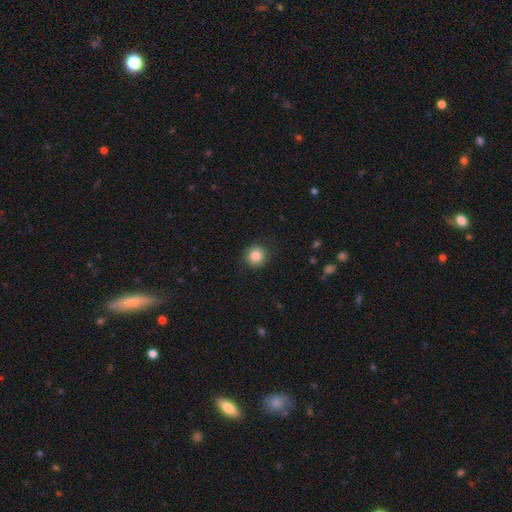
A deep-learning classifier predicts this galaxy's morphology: Smooth or featured: smooth — 85% (star or artifact — 10%)
How rounded: round — 91% (in between — 8%)
Merging: none — 88% (minor disturbance — 9%)